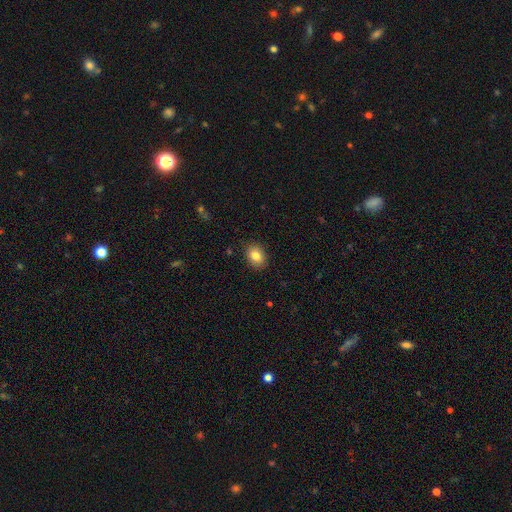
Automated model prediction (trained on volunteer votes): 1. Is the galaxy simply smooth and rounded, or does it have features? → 83% smooth, 9% star or artifact, 8% featured or disk.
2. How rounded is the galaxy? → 63% in between, 37% round, 1% cigar-shaped.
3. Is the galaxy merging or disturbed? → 88% none, 9% minor disturbance, 2% major disturbance, 1% merger.